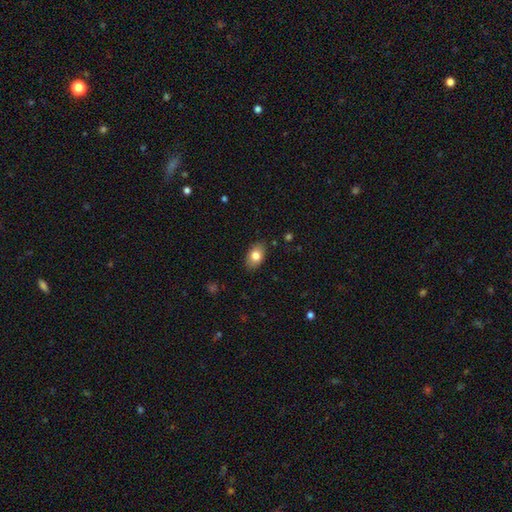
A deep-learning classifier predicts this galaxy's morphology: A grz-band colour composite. It shows a smooth galaxy with no disk features (80%) that is in between round and cigar-shaped (88%). Merging: none (86%).